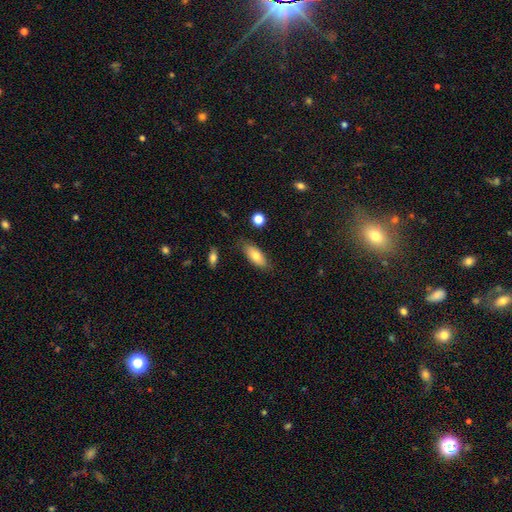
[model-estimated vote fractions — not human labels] A smooth galaxy with no disk features (77%) that is in between round and cigar-shaped (82%).

Vote fractions:
- Smooth or featured? smooth: 77% / featured or disk: 16% / star or artifact: 7%
- How rounded? in between: 82% / cigar-shaped: 15% / round: 3%
- Merging? none: 78% / minor disturbance: 16% / major disturbance: 3% / merger: 2%